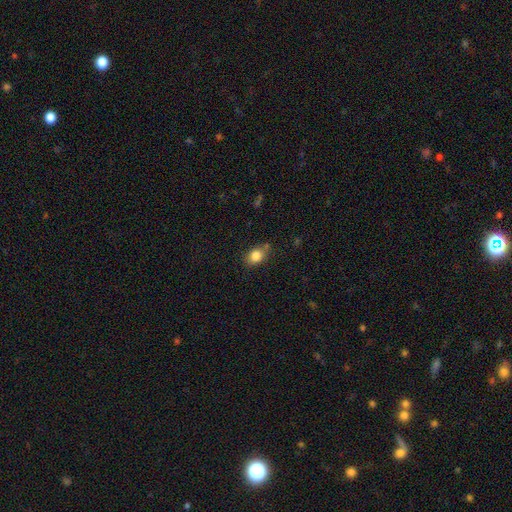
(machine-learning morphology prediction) type=smooth (83%); roundness=in between (67%); merging=none (71%).